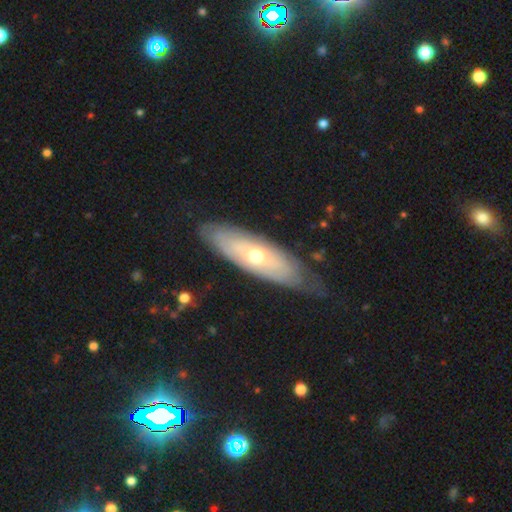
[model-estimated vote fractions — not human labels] A featured or disk galaxy (62%). Merging: none (72%).